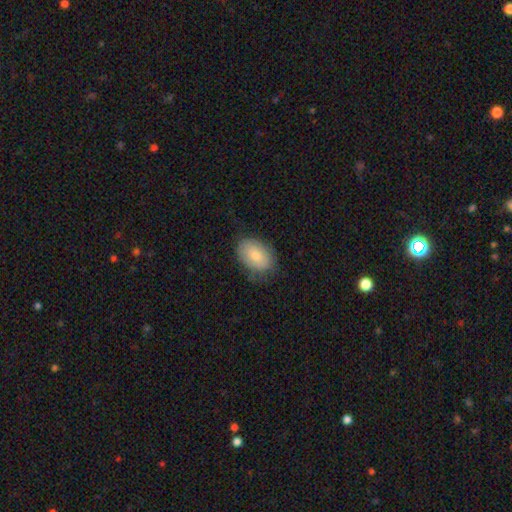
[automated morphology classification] The model was most divided on "merging": none: 71%, minor disturbance: 22%, major disturbance: 6%, merger: 1%. More confident: how rounded — in between (85%); smooth or featured — smooth (75%).